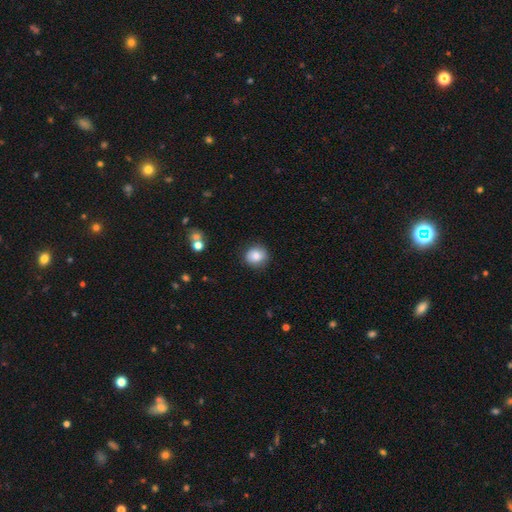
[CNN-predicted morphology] This appears to be a smooth galaxy with no disk features (81%) that is round (83%). Merging: none (83%).